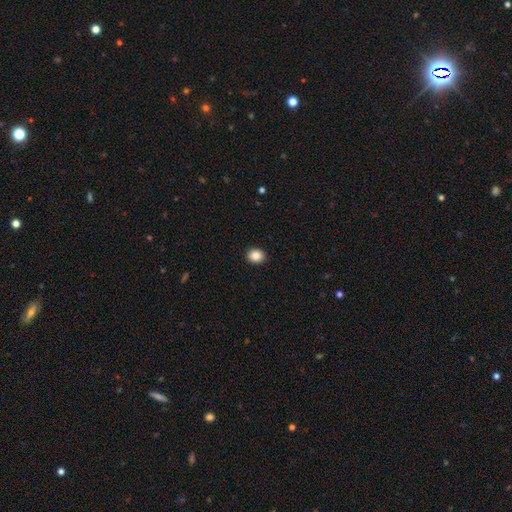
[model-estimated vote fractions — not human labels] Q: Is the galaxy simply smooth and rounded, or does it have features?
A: smooth — 87%.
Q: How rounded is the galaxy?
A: round — 62%.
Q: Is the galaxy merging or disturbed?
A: none — 92%.